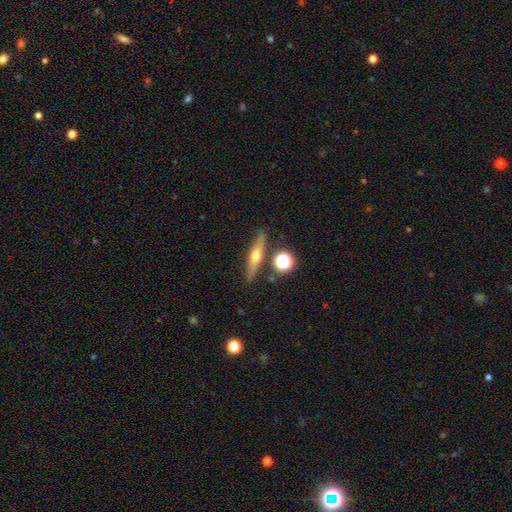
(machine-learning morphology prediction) A featured or disk galaxy (52%) viewed edge-on (89%).

Vote fractions:
- Smooth or featured? featured or disk: 52% / smooth: 39% / star or artifact: 9%
- Edge-on disk? yes: 89% / no: 11%
- Merging? none: 80% / minor disturbance: 11% / merger: 6% / major disturbance: 3%